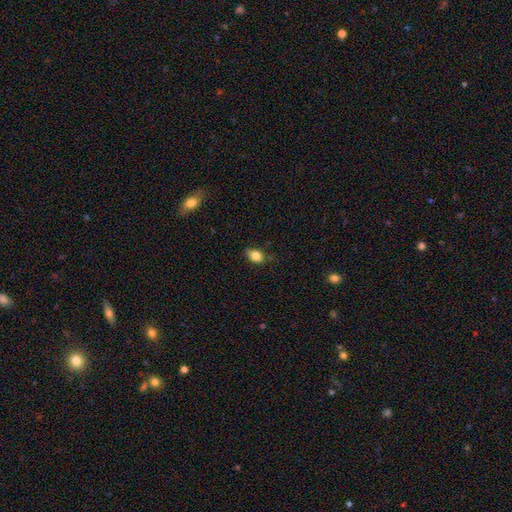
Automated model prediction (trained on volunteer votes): A smooth galaxy with no disk features (84%) that is in between round and cigar-shaped (76%).

Vote fractions:
- Smooth or featured? smooth: 84% / star or artifact: 9% / featured or disk: 7%
- How rounded? in between: 76% / round: 22% / cigar-shaped: 2%
- Merging? none: 75% / minor disturbance: 20% / major disturbance: 3% / merger: 1%